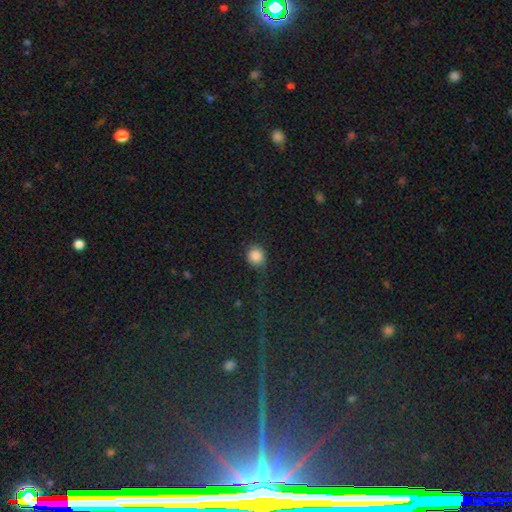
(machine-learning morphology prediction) The model was most divided on "merging": none: 67%, minor disturbance: 21%, major disturbance: 10%, merger: 2%. More confident: smooth or featured — smooth (86%); how rounded — round (83%).